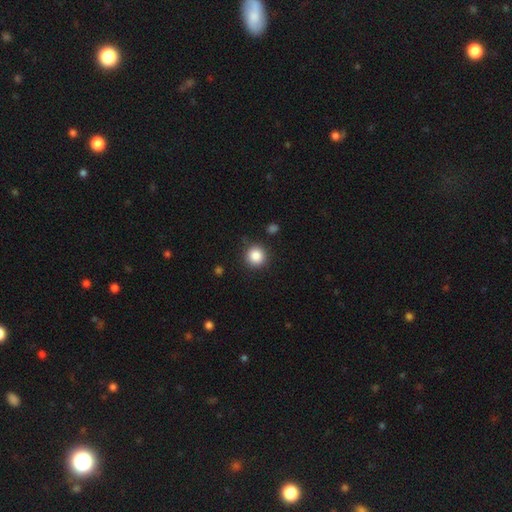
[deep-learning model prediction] This is clearly a smooth galaxy (86%). How rounded: clearly round (93%). Merging: clearly none (88%).